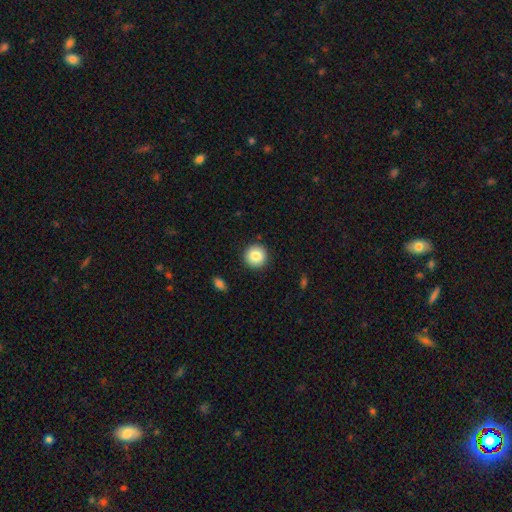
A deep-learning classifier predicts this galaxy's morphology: Q: Smooth or featured?
A: smooth (86%); runner-up: star or artifact (8%)
Q: How rounded?
A: round (94%); runner-up: in between (5%)
Q: Merging?
A: none (91%); runner-up: minor disturbance (6%)